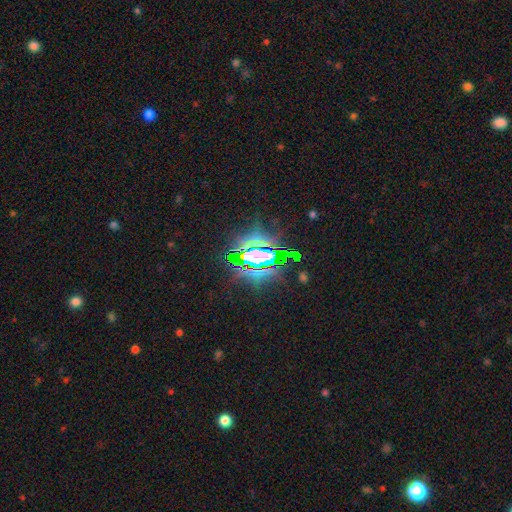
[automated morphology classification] Smooth or featured? Predicted: star or artifact (p=0.84).